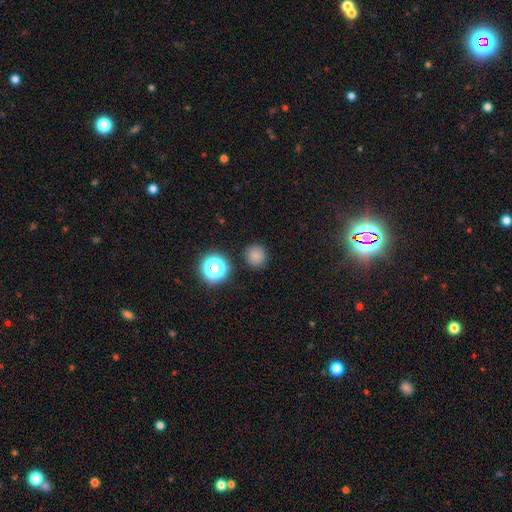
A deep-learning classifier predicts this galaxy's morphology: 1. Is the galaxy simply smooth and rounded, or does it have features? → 79% smooth, 17% star or artifact, 5% featured or disk.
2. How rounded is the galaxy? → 94% round, 5% in between, 1% cigar-shaped.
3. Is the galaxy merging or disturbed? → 88% none, 7% minor disturbance, 3% major disturbance, 2% merger.